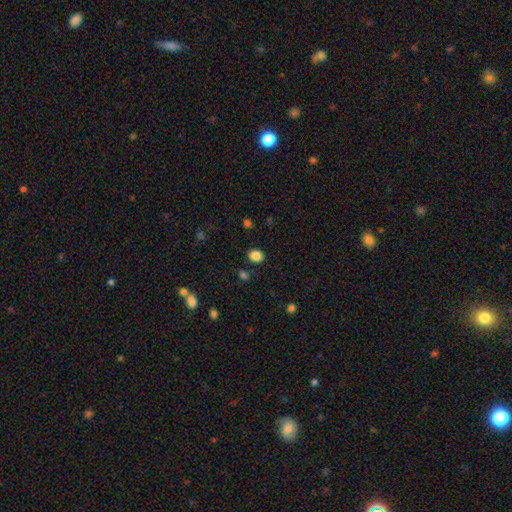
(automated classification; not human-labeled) smooth 85%, star or artifact 10%, featured or disk 4%. Down the decision tree: how rounded — round (55%); merging — none (87%).